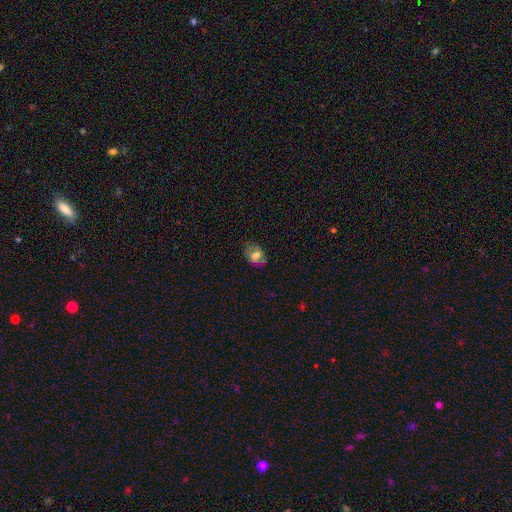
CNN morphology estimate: Smooth or featured?
  - smooth: 60% *
  - featured or disk: 29%
  - star or artifact: 11%
How rounded?
  - in between: 76% *
  - round: 22%
  - cigar-shaped: 2%
Merging?
  - none: 62% *
  - minor disturbance: 23%
  - major disturbance: 9%
  - merger: 6%